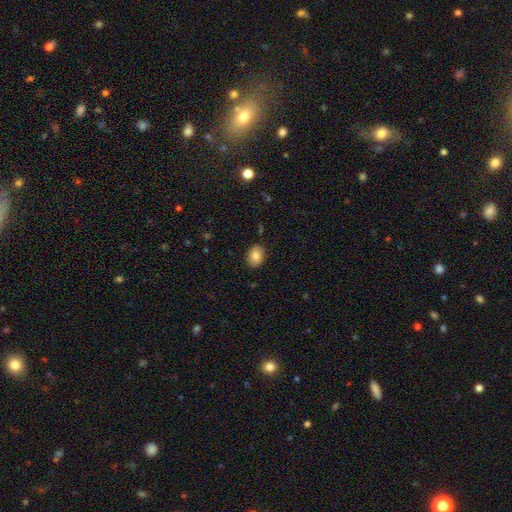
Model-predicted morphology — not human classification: Q: Smooth or featured?
A: smooth (83%); runner-up: star or artifact (8%)
Q: How rounded?
A: in between (60%); runner-up: round (38%)
Q: Merging?
A: none (87%); runner-up: minor disturbance (10%)